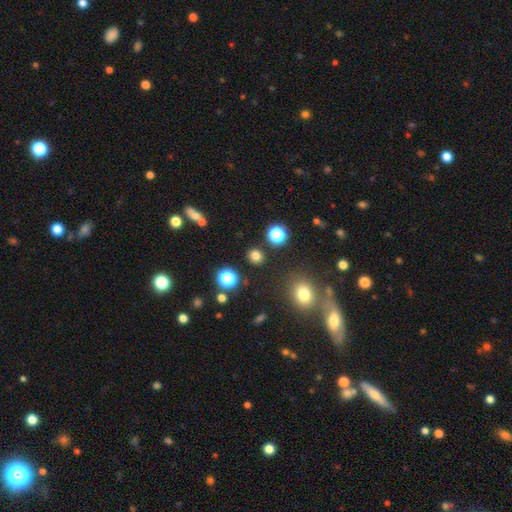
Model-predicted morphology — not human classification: type=smooth (77%); roundness=round (83%); merging=none (88%).